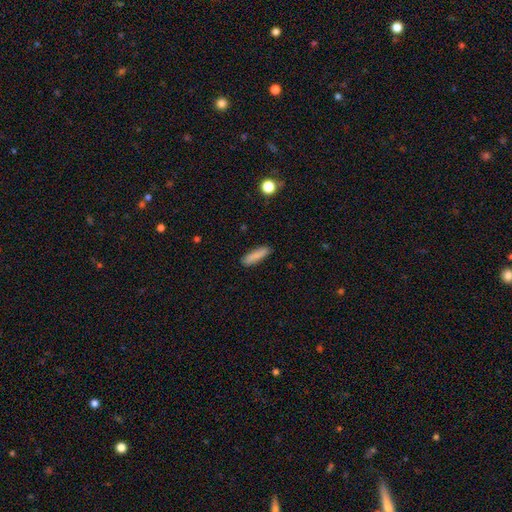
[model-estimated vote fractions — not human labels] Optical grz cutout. It shows a smooth galaxy with no disk features (86%) that is cigar-shaped (71%). Merging: none (85%).